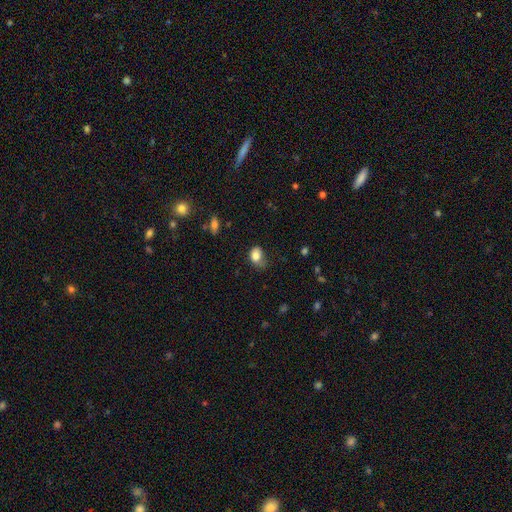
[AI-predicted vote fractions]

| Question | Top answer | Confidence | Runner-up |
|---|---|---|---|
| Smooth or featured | smooth | 82% | featured or disk (9%) |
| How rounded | in between | 73% | round (26%) |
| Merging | none | 43% | minor disturbance (37%) |